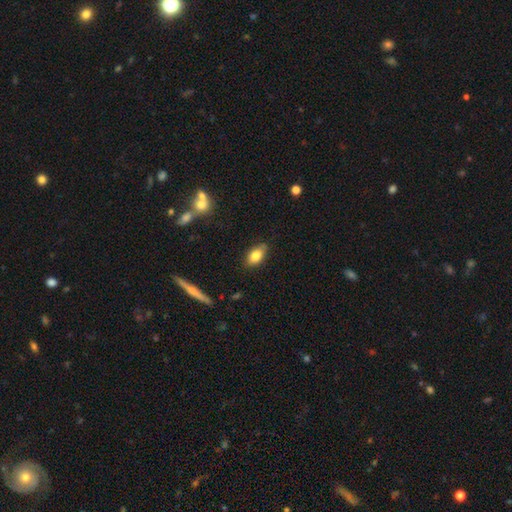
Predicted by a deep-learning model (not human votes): Smooth or featured: smooth — 82% (featured or disk — 10%)
How rounded: in between — 88% (round — 9%)
Merging: none — 81% (minor disturbance — 15%)